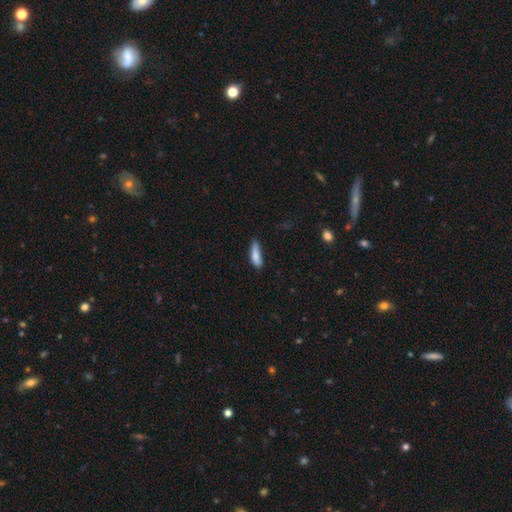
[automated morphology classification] smooth 82%, featured or disk 11%, star or artifact 7%. Down the decision tree: how rounded — cigar-shaped (56%); merging — none (53%).